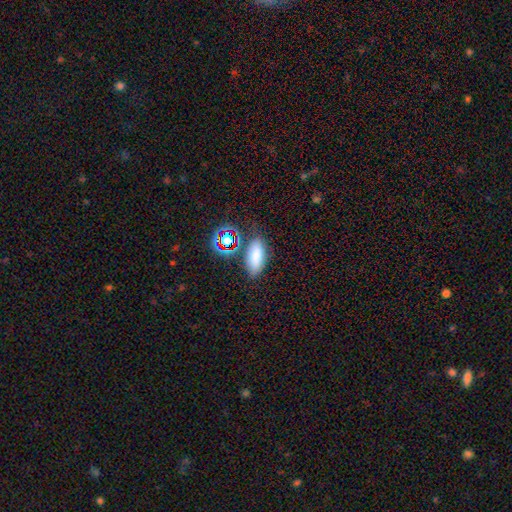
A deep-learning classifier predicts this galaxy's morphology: Q: Smooth or featured?
A: smooth (76%); runner-up: star or artifact (15%)
Q: How rounded?
A: in between (80%); runner-up: cigar-shaped (14%)
Q: Merging?
A: none (76%); runner-up: minor disturbance (14%)